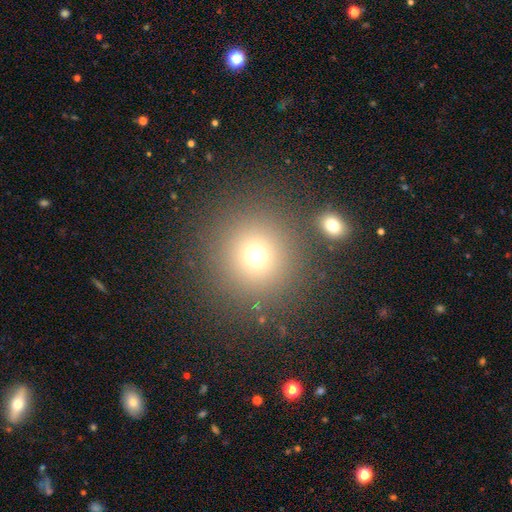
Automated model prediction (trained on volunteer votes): Q: Smooth or featured?
A: smooth (69%); runner-up: star or artifact (21%)
Q: How rounded?
A: round (94%); runner-up: in between (5%)
Q: Merging?
A: none (84%); runner-up: merger (7%)